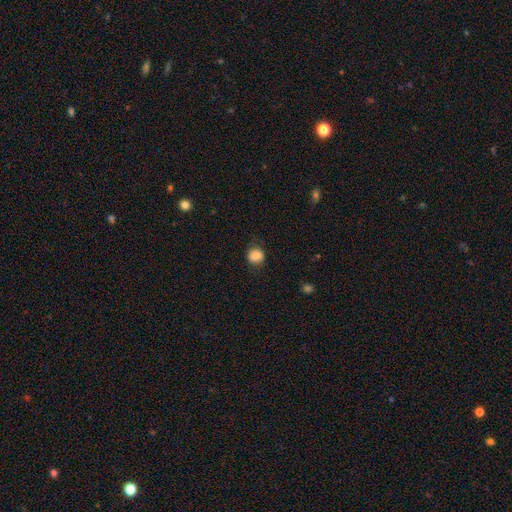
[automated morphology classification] smooth_or_featured: smooth (p=0.86) [alt: star or artifact p=0.09]
how_rounded: round (p=0.82) [alt: in between p=0.18]
merging: none (p=0.79) [alt: minor disturbance p=0.15]